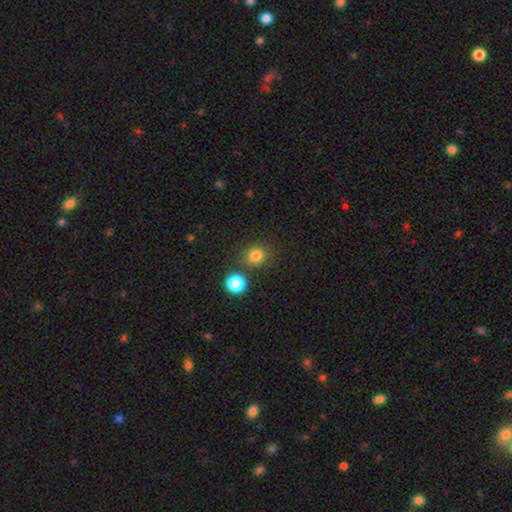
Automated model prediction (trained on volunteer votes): Smooth or featured? smooth (81%)
How rounded? round (84%)
Merging? none (76%)